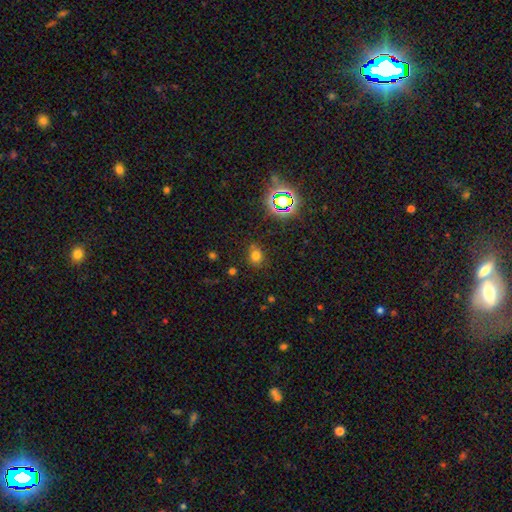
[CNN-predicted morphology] Smooth or featured?
  - smooth: 69% *
  - star or artifact: 23%
  - featured or disk: 8%
How rounded?
  - round: 51% *
  - in between: 48%
  - cigar-shaped: 1%
Merging?
  - none: 76% *
  - minor disturbance: 17%
  - major disturbance: 5%
  - merger: 2%